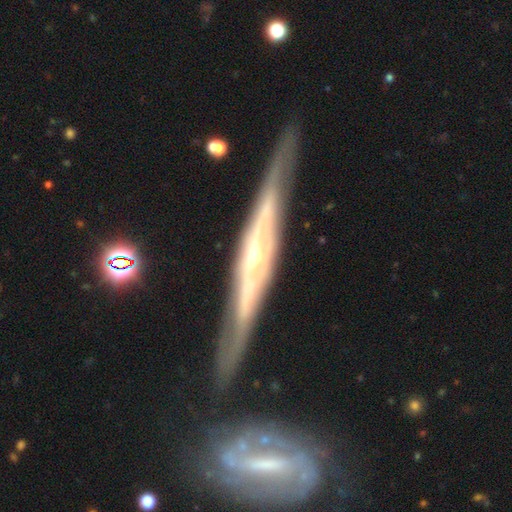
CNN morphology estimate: Smooth or featured? featured or disk (86%)
Edge-on disk? yes (86%)
Edge-on bulge? rounded (59%)
Merging? none (78%)